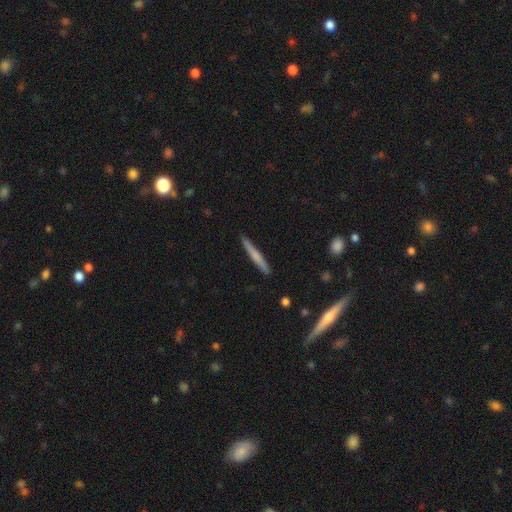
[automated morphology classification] smooth-or-featured: smooth: 58% | featured or disk: 36% | star or artifact: 6%
  how-rounded: cigar-shaped: 96% | in between: 3% | round: 2%
  merging: none: 90% | minor disturbance: 8% | major disturbance: 1% | merger: 1%